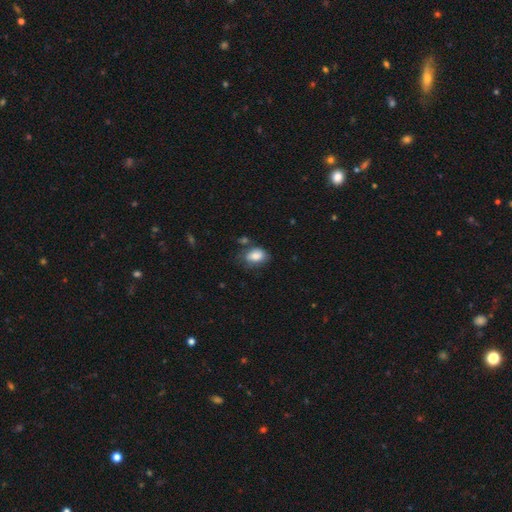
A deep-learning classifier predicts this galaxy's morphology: Q: Smooth or featured?
A: smooth (83%); runner-up: featured or disk (9%)
Q: How rounded?
A: in between (81%); runner-up: round (18%)
Q: Merging?
A: none (57%); runner-up: minor disturbance (26%)